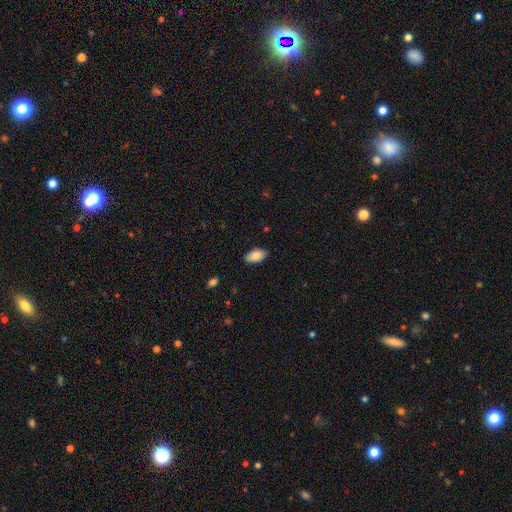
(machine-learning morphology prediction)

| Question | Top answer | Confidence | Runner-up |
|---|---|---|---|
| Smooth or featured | smooth | 86% | featured or disk (7%) |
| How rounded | in between | 95% | round (3%) |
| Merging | none | 86% | minor disturbance (11%) |